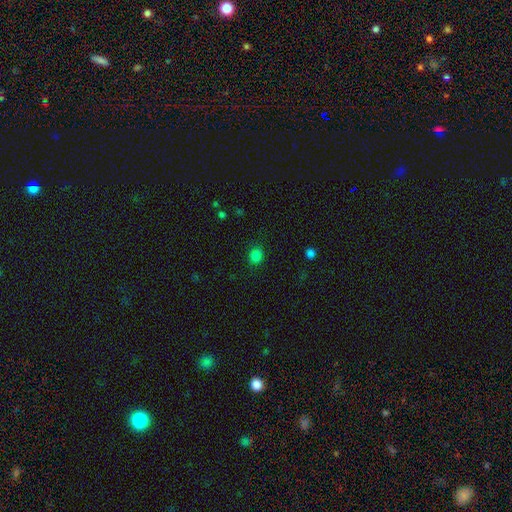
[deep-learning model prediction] This appears to be a smooth galaxy with no disk features (82%) that is round (74%). Merging: none (88%).